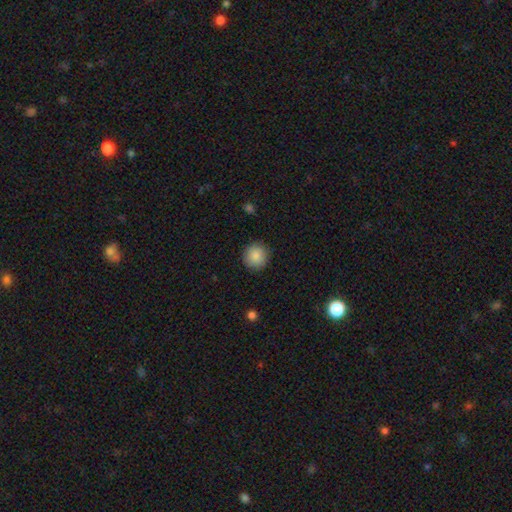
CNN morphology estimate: Smooth or featured?
  - smooth: 88% *
  - star or artifact: 8%
  - featured or disk: 4%
How rounded?
  - round: 93% *
  - in between: 7%
  - cigar-shaped: 1%
Merging?
  - none: 90% *
  - minor disturbance: 7%
  - major disturbance: 2%
  - merger: 1%